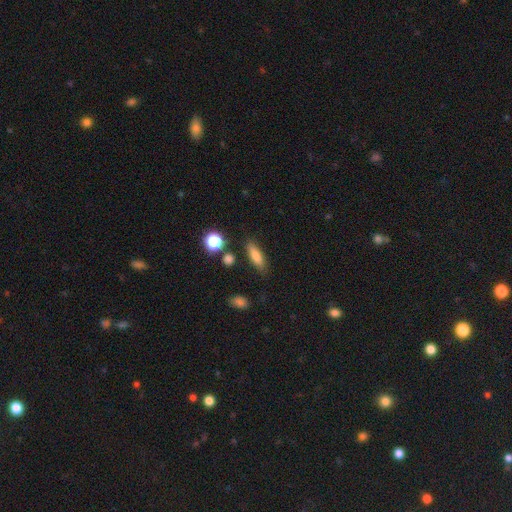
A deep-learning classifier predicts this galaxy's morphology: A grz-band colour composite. It shows a smooth galaxy with no disk features (76%) that is cigar-shaped (52%). Merging: none (83%).